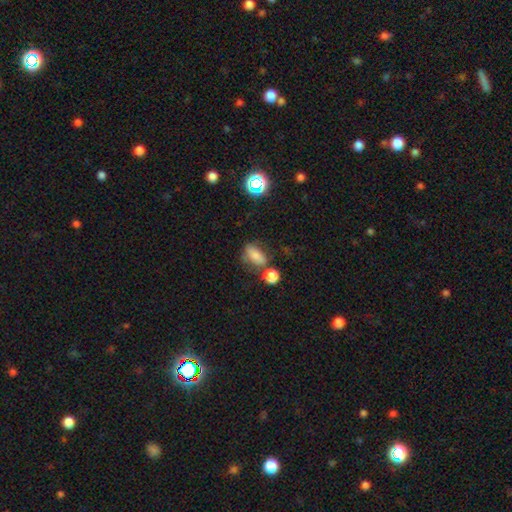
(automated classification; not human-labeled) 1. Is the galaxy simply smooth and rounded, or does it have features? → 71% smooth, 15% featured or disk, 14% star or artifact.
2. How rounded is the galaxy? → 80% in between, 12% round, 8% cigar-shaped.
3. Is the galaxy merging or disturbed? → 50% none, 24% minor disturbance, 15% merger, 12% major disturbance.